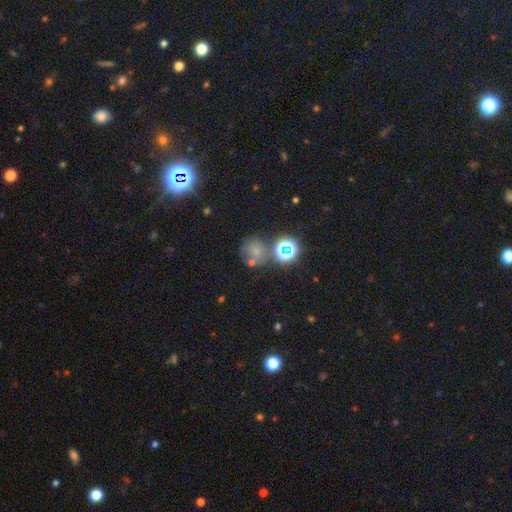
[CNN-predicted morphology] type=star or artifact (57%).